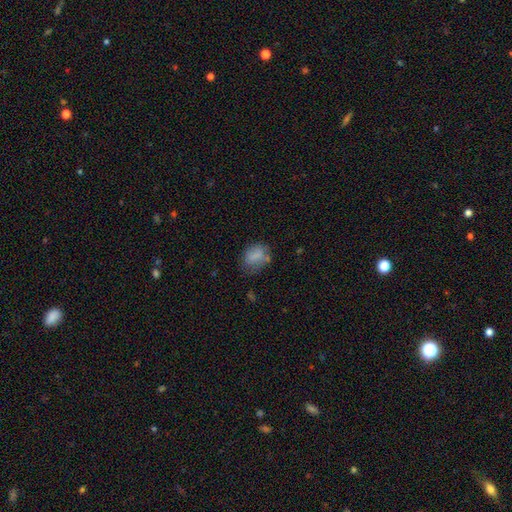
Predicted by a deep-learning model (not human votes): Smooth or featured? Predicted: smooth (p=0.75). How rounded? Predicted: in between (p=0.63). Merging? Predicted: none (p=0.54).